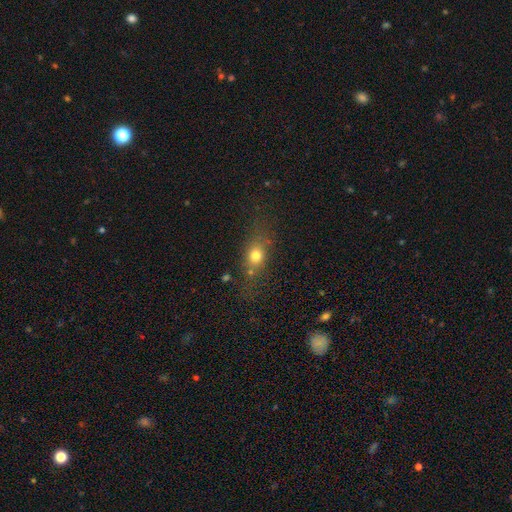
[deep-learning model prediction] Smooth or featured? smooth (71%)
How rounded? in between (49%)
Merging? none (63%)